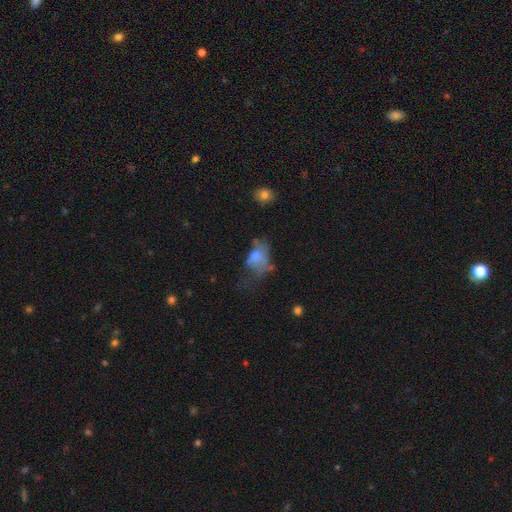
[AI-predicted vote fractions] Overall: smooth (45%; featured or disk 35%). Merging: major disturbance (43%; none 29%).